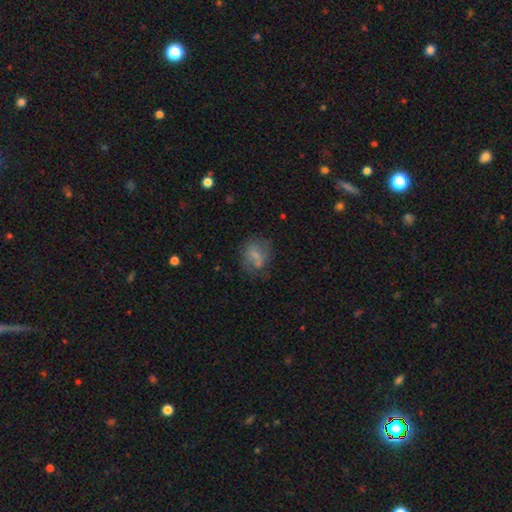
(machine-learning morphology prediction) This appears to be a smooth galaxy with no disk features (62%) that is round (53%). Merging: none (53%).